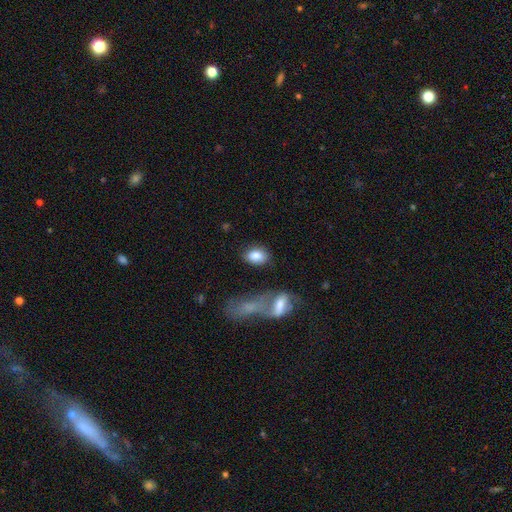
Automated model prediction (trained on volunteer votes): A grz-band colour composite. It shows a smooth galaxy with no disk features (82%) that is in between round and cigar-shaped (82%). Merging: none (74%).